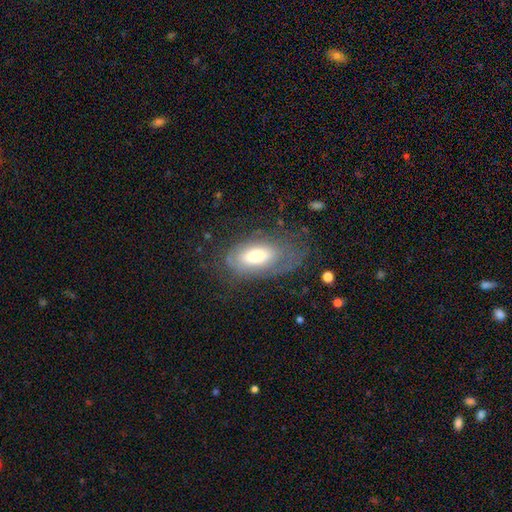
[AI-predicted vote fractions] Smooth or featured: featured or disk — 52% (smooth — 40%)
Edge-on disk: no — 89% (yes — 11%)
Merging: none — 55% (minor disturbance — 23%)